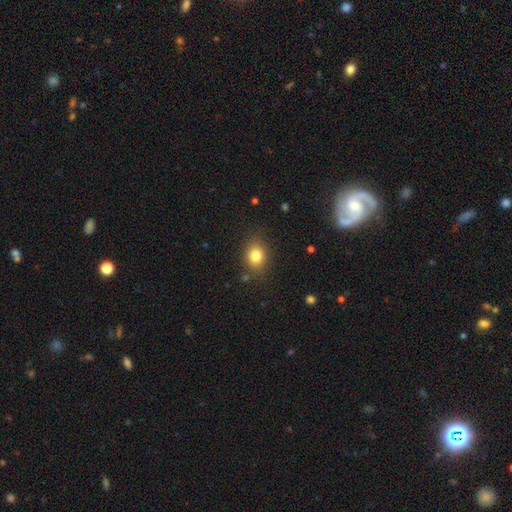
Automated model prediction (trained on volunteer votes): Smooth or featured: smooth — 81% (star or artifact — 11%)
How rounded: round — 54% (in between — 45%)
Merging: none — 83% (minor disturbance — 12%)